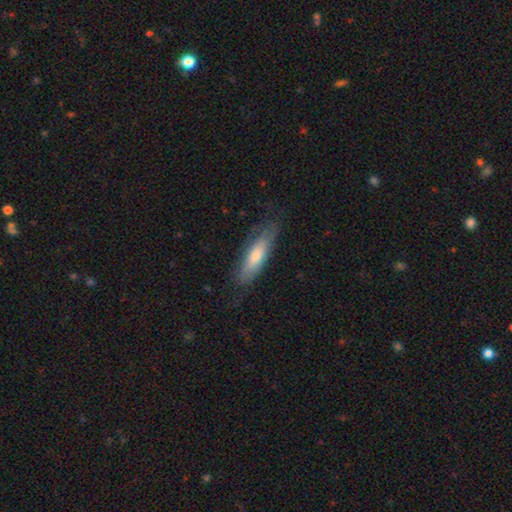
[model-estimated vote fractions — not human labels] Overall: smooth (58%; featured or disk 36%). How rounded: cigar-shaped (54%; in between 44%). Merging: none (71%).